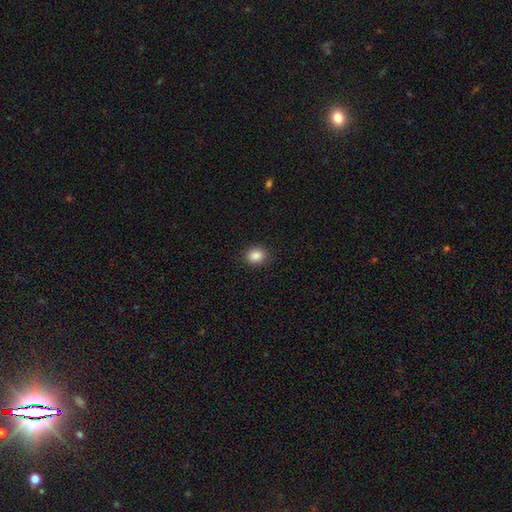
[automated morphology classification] smooth-or-featured: smooth: 88% | star or artifact: 9% | featured or disk: 3%
  how-rounded: round: 52% | in between: 47% | cigar-shaped: 1%
  merging: none: 88% | minor disturbance: 9% | major disturbance: 2% | merger: 1%